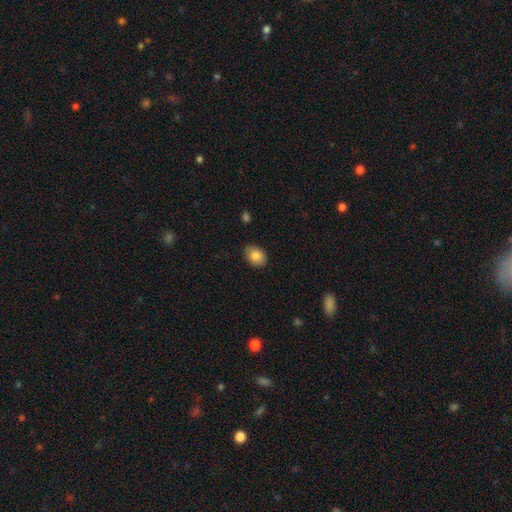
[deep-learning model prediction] smooth-or-featured: smooth: 84% | featured or disk: 8% | star or artifact: 8%
  how-rounded: in between: 73% | round: 26% | cigar-shaped: 1%
  merging: none: 84% | minor disturbance: 12% | major disturbance: 2% | merger: 1%